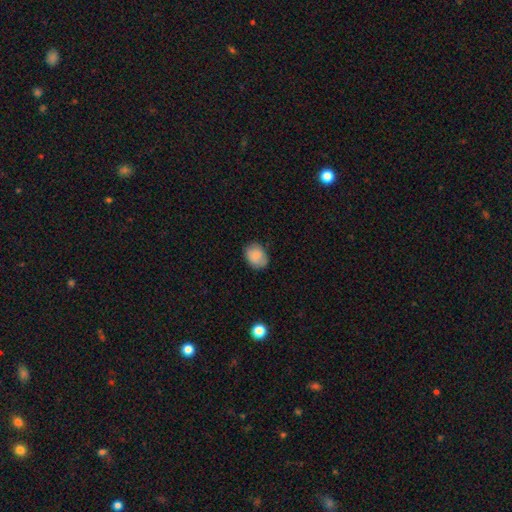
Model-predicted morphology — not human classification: This appears to be a smooth galaxy with no disk features (85%) that is in between round and cigar-shaped (58%). Merging: none (77%).